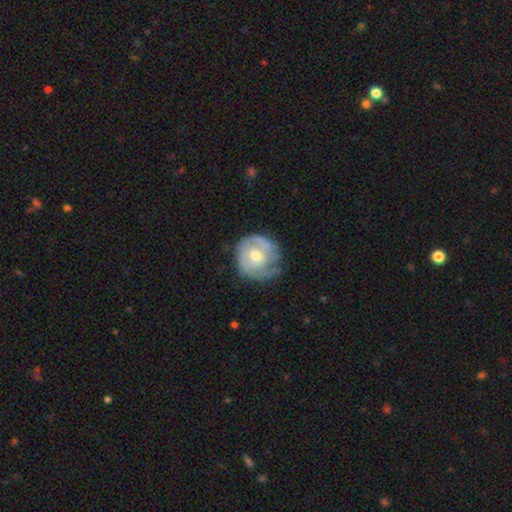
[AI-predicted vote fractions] This appears to be a featured or disk galaxy (66%) with no bar (68%), spiral arms (77%) and a moderate central bulge (62%). Merging: none (60%).